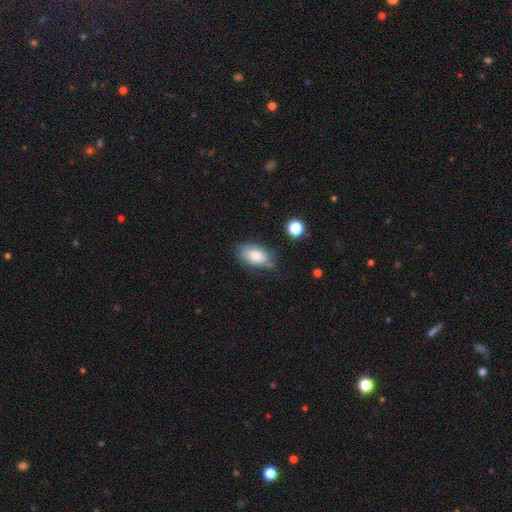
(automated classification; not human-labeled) Smooth or featured?
  - smooth: 67% *
  - featured or disk: 24%
  - star or artifact: 8%
How rounded?
  - in between: 91% *
  - round: 7%
  - cigar-shaped: 2%
Merging?
  - none: 57% *
  - minor disturbance: 31%
  - major disturbance: 9%
  - merger: 3%